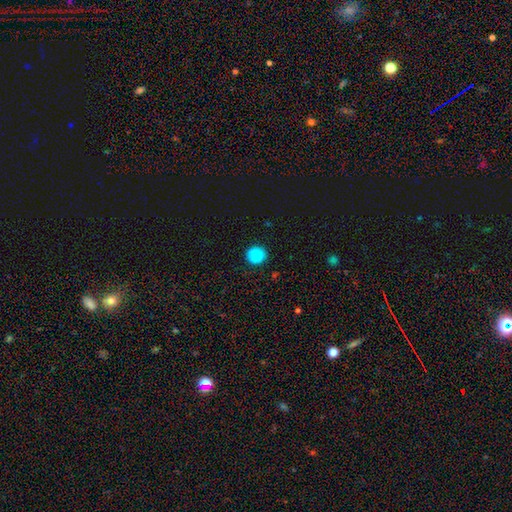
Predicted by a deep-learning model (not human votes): This appears to be a smooth galaxy with no disk features (86%) that is round (87%). Merging: none (89%).